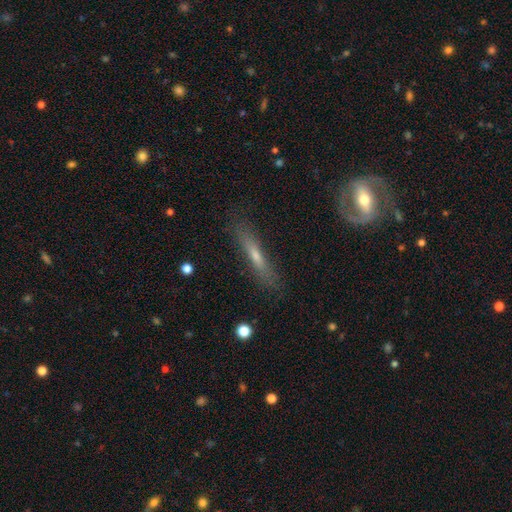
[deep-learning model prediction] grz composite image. It shows a featured or disk galaxy (53%) viewed edge-on (79%). Merging: none (81%).